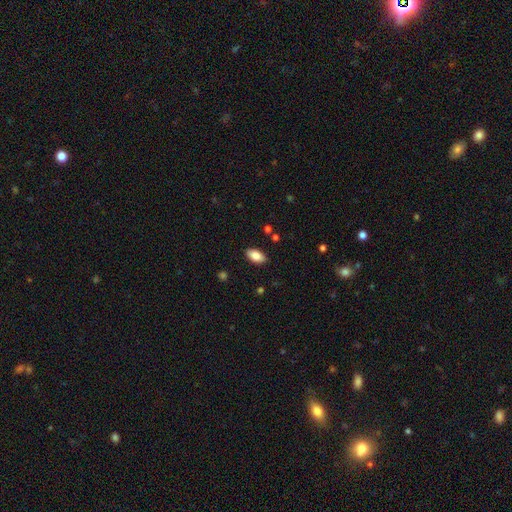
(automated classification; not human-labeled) Smooth or featured?
  - smooth: 84% *
  - featured or disk: 9%
  - star or artifact: 7%
How rounded?
  - in between: 93% *
  - cigar-shaped: 4%
  - round: 3%
Merging?
  - none: 88% *
  - minor disturbance: 9%
  - major disturbance: 2%
  - merger: 1%